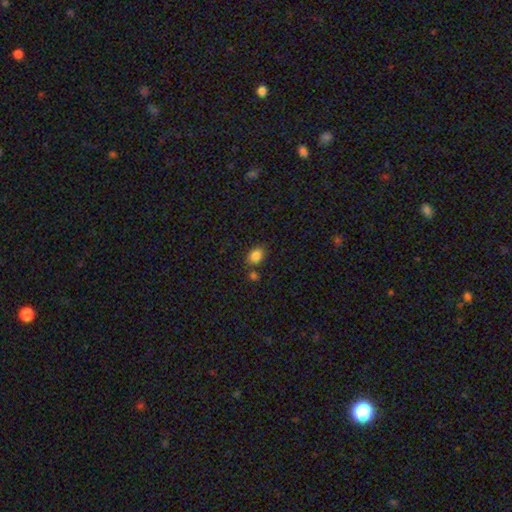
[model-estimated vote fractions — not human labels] A smooth galaxy with no disk features (85%) that is in between round and cigar-shaped (67%).

Vote fractions:
- Smooth or featured? smooth: 85% / star or artifact: 10% / featured or disk: 5%
- How rounded? in between: 67% / round: 32% / cigar-shaped: 1%
- Merging? none: 74% / minor disturbance: 12% / merger: 10% / major disturbance: 3%